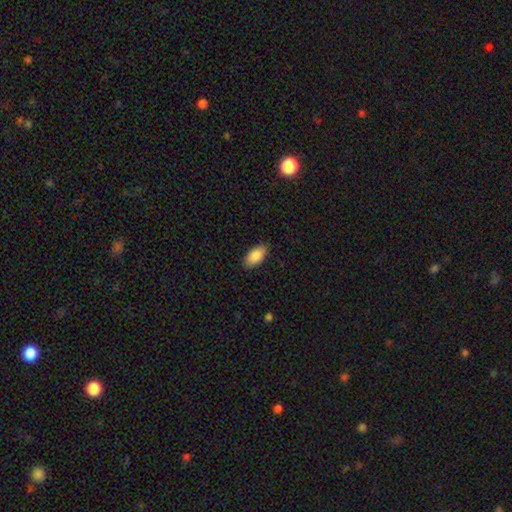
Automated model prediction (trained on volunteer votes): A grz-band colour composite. It shows a smooth galaxy with no disk features (89%) that is in between round and cigar-shaped (94%). Merging: none (87%).